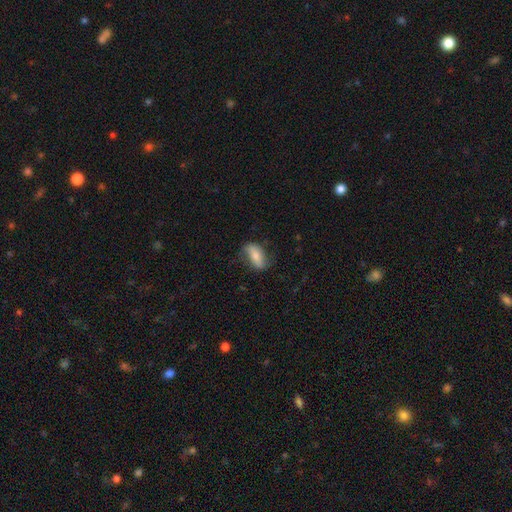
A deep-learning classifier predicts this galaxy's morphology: Smooth or featured? Predicted: smooth (p=0.60). How rounded? Predicted: in between (p=0.84). Merging? Predicted: none (p=0.70).